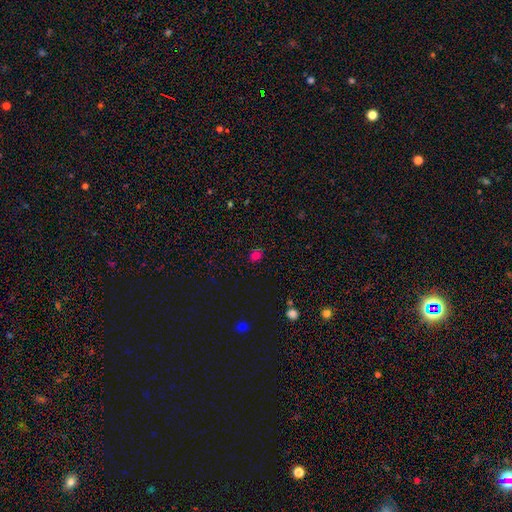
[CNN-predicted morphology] A smooth galaxy with no disk features (72%) that is round (57%). Merging: none (83%).